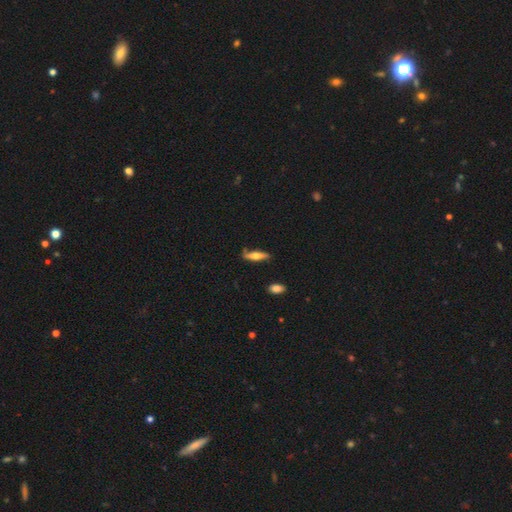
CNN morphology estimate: The model was most divided on "smooth or featured": smooth: 55%, featured or disk: 39%, star or artifact: 6%. More confident: merging — none (72%); how rounded — cigar-shaped (67%).